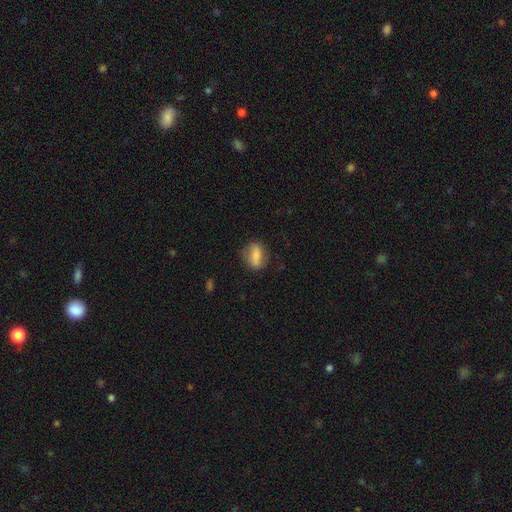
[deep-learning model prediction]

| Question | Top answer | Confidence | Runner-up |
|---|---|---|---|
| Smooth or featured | smooth | 72% | featured or disk (19%) |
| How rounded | in between | 70% | round (18%) |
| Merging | none | 72% | minor disturbance (19%) |